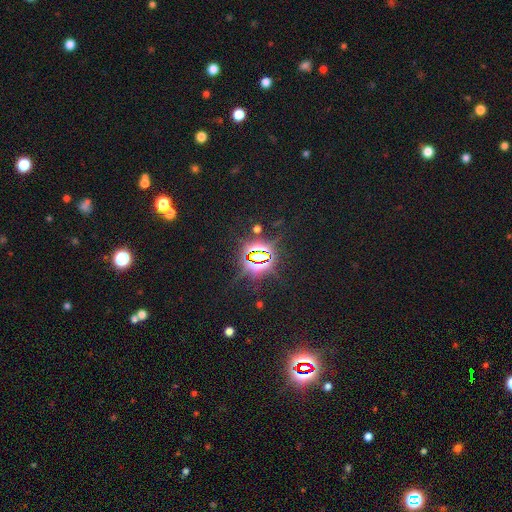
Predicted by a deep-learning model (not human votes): Smooth or featured: star or artifact — 83% (smooth — 9%)